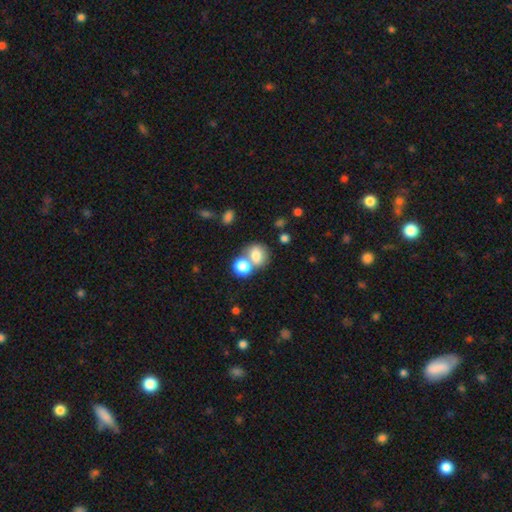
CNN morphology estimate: smooth_or_featured: smooth (p=0.77) [alt: featured or disk p=0.13]
how_rounded: round (p=0.59) [alt: in between p=0.40]
merging: merger (p=0.48) [alt: none p=0.39]